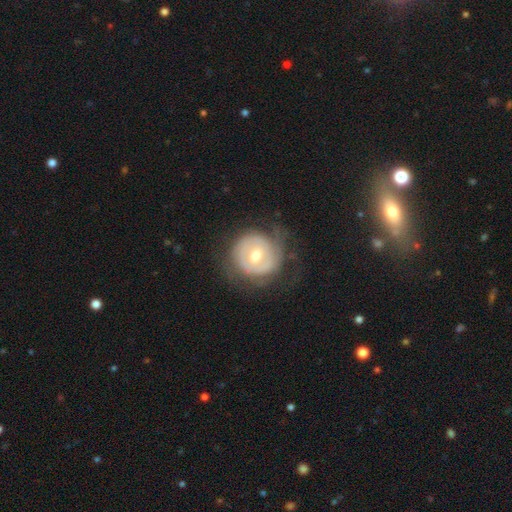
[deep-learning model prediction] Morphology: type=featured or disk (64%); edge-on=no (97%); bar=no (50%); spiral arms=yes (51%); bulge=moderate (71%); merging=none (69%).